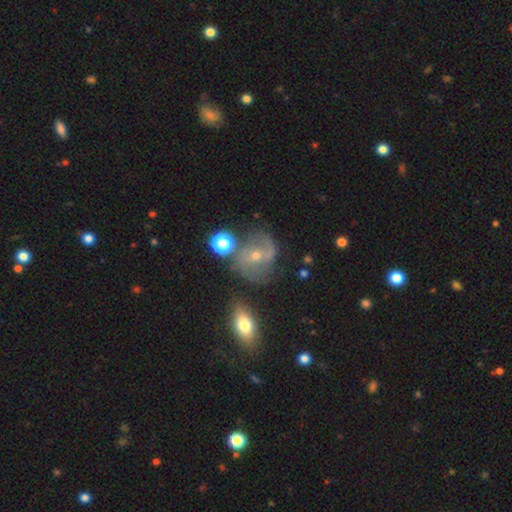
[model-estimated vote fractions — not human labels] Overall: featured or disk (67%). Edge-on disk: no (96%). Bar: no (49%; weak 36%). Spiral arms: yes (83%). Spiral arm count: 2 (73%). Spiral winding: medium (44%; loose 36%). Bulge size: small (55%; moderate 41%). Merging: none (60%; minor disturbance 21%).